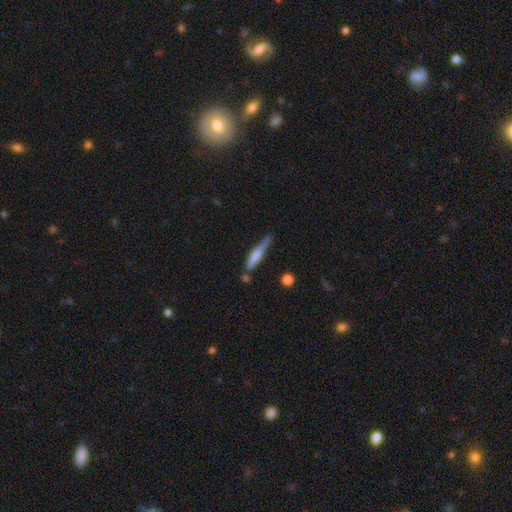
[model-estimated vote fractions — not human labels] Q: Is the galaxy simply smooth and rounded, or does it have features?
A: smooth — 59%.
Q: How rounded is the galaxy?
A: cigar-shaped — 87%.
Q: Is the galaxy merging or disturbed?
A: none — 49%.